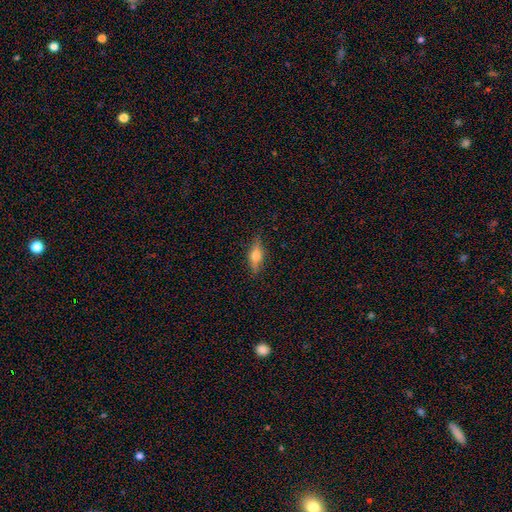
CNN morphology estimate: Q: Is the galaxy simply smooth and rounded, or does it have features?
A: smooth — 59%.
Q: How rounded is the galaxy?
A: in between — 65%.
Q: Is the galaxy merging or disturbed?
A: none — 84%.